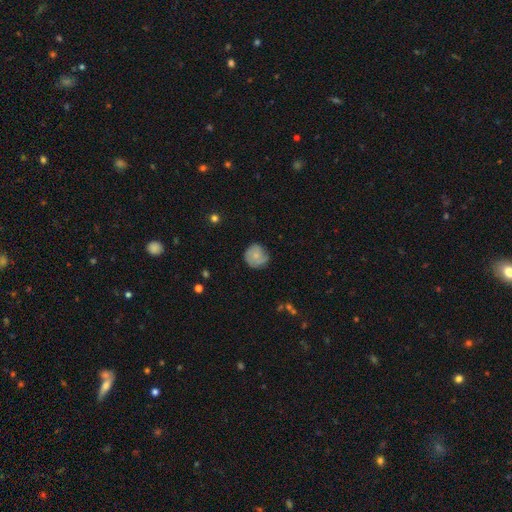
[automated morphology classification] Smooth or featured? smooth (55%)
How rounded? round (88%)
Merging? none (69%)